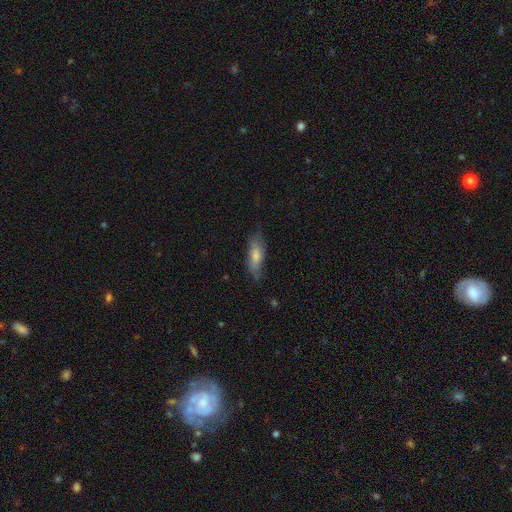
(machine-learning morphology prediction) This appears to be a smooth galaxy with no disk features (73%) that is in between round and cigar-shaped (61%). Merging: none (65%).